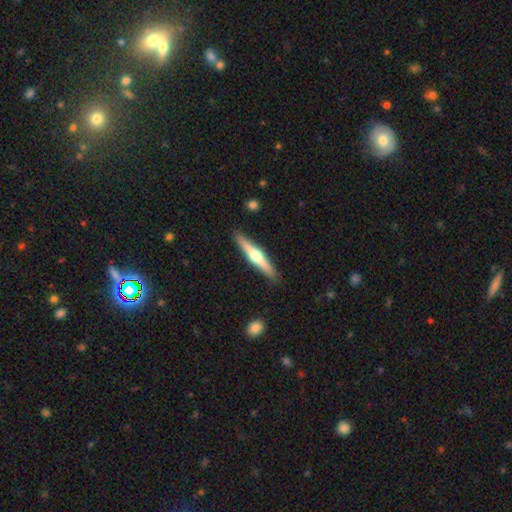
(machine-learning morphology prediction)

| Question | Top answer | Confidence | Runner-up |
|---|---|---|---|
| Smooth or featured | featured or disk | 66% | smooth (30%) |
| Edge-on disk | yes | 97% | no (3%) |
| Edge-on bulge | rounded | 93% | none (4%) |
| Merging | none | 90% | minor disturbance (7%) |